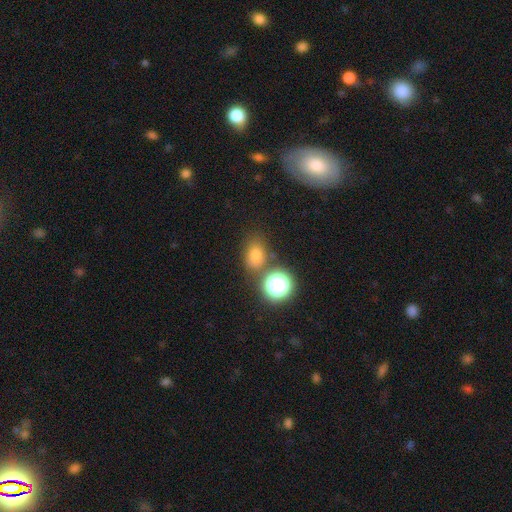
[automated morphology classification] A smooth galaxy with no disk features (71%) that is in between round and cigar-shaped (62%). Merging: none (72%).